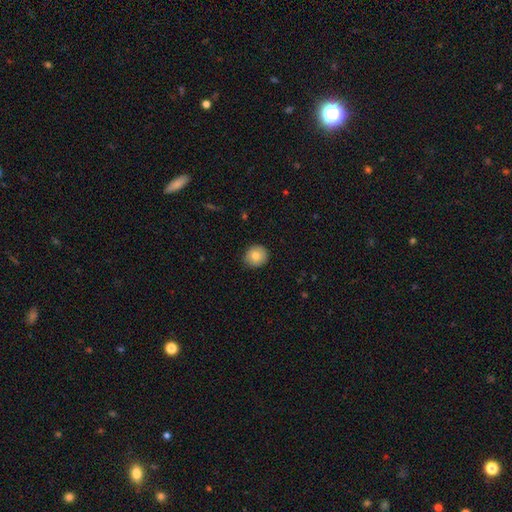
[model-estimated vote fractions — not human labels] Morphology: type=smooth (78%); roundness=round (87%); merging=none (88%).